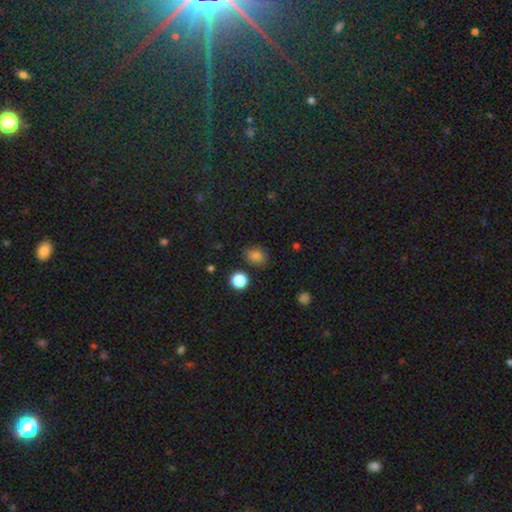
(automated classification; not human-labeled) This appears to be a smooth galaxy with no disk features (81%) that is round (52%). Merging: none (82%).